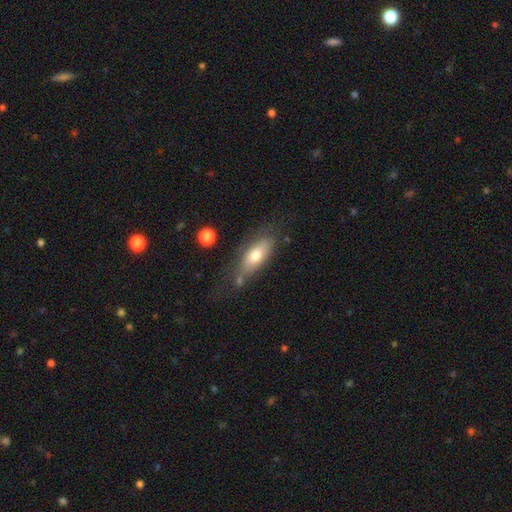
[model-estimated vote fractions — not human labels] Smooth or featured: smooth — 68% (featured or disk — 24%)
How rounded: in between — 74% (cigar-shaped — 23%)
Merging: none — 64% (minor disturbance — 22%)